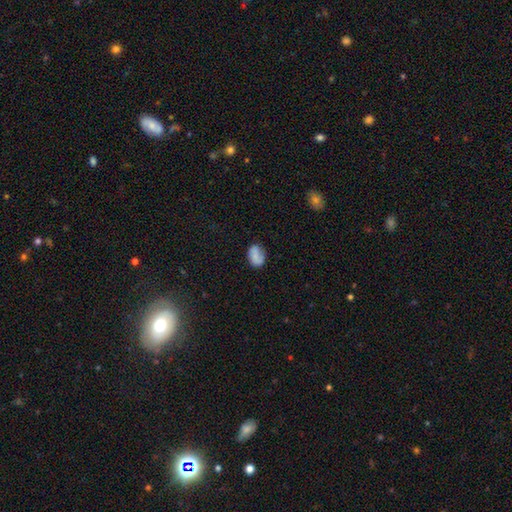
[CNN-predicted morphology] A smooth galaxy with no disk features (77%) that is in between round and cigar-shaped (79%). Merging: none (71%).